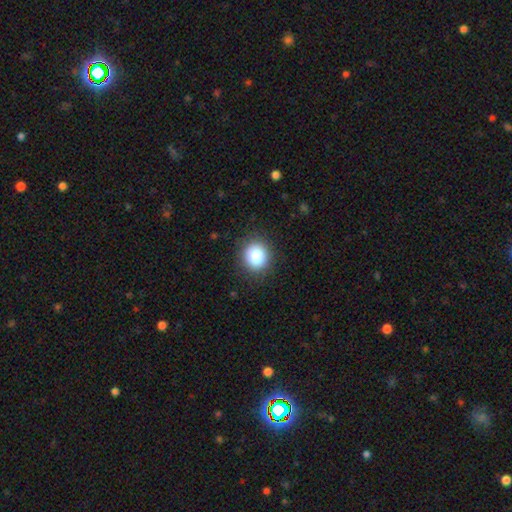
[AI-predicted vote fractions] smooth_or_featured: smooth (p=0.84) [alt: star or artifact p=0.10]
how_rounded: round (p=0.86) [alt: in between p=0.13]
merging: none (p=0.89) [alt: minor disturbance p=0.08]